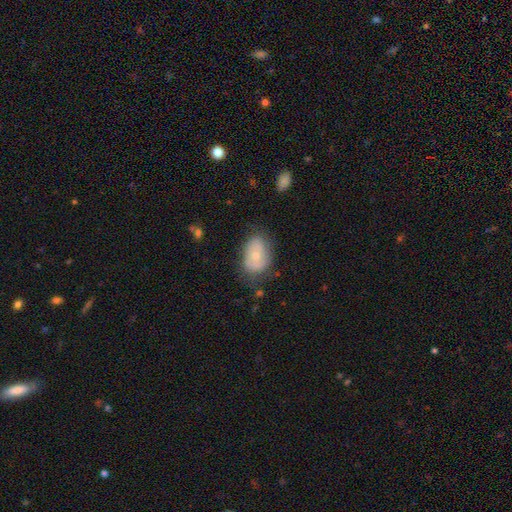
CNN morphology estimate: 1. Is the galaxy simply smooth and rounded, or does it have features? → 53% smooth, 40% featured or disk, 8% star or artifact.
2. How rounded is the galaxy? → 79% in between, 20% round, 1% cigar-shaped.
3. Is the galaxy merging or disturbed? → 62% none, 27% minor disturbance, 9% major disturbance, 2% merger.